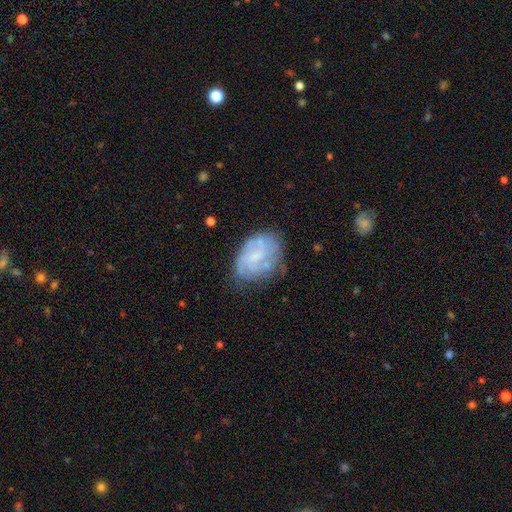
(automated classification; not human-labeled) The model was most divided on "bar": no: 51%, weak: 41%, strong: 8%. Remaining: edge-on disk — no (97%); spiral arms — yes (66%); smooth or featured — featured or disk (60%); merging — none (57%); bulge size — small (45%).